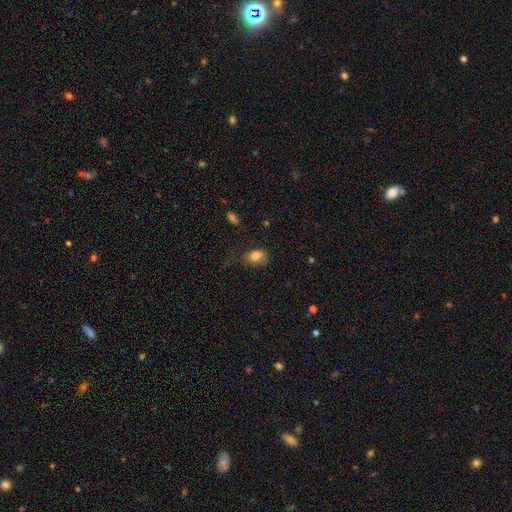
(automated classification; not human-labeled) Morphology: type=smooth (83%); roundness=in between (80%); merging=none (61%).